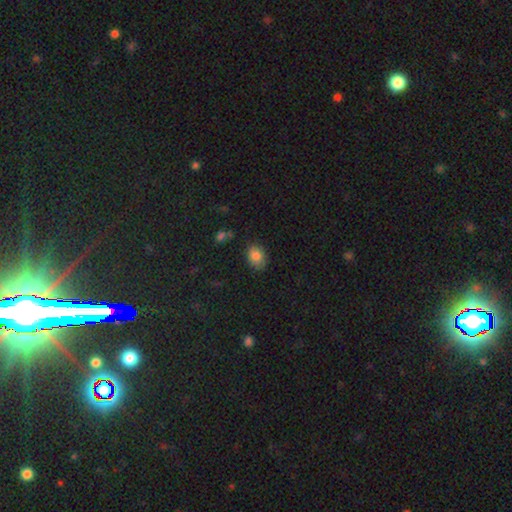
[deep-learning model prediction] A smooth galaxy with no disk features (84%) that is in between round and cigar-shaped (72%). Merging: none (75%).